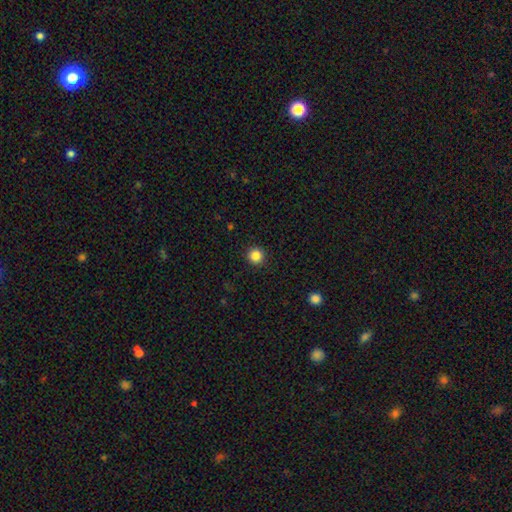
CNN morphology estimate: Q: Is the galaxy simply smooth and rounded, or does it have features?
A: smooth — 85%.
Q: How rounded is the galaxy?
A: round — 95%.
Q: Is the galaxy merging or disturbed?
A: none — 93%.